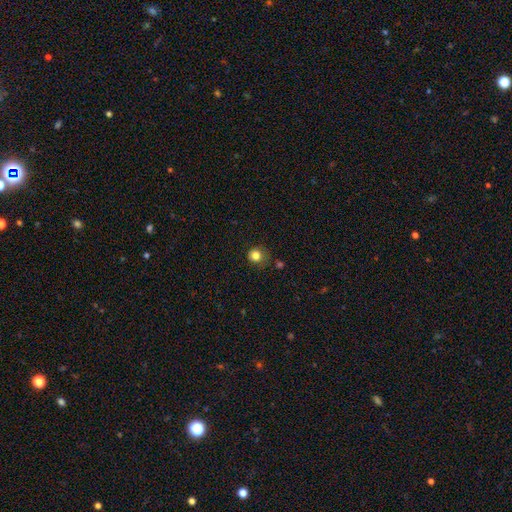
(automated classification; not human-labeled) smooth_or_featured: smooth (p=0.83) [alt: star or artifact p=0.11]
how_rounded: round (p=0.90) [alt: in between p=0.09]
merging: none (p=0.75) [alt: minor disturbance p=0.17]